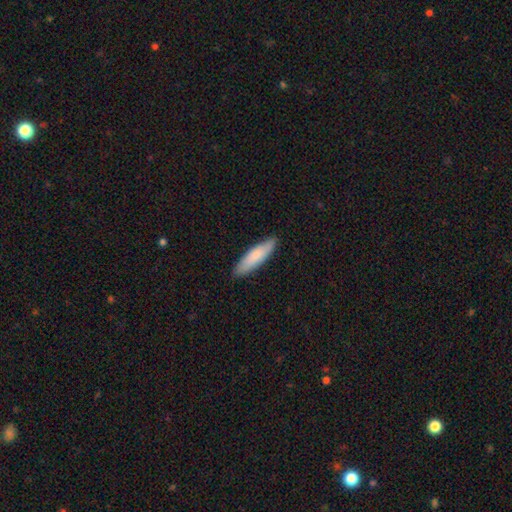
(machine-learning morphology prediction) type=smooth (78%); roundness=cigar-shaped (67%); merging=none (87%).